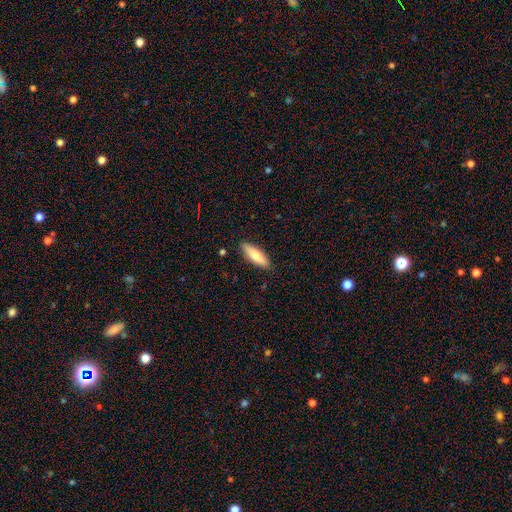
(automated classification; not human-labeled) smooth-or-featured: smooth: 77% | featured or disk: 18% | star or artifact: 6%
  how-rounded: cigar-shaped: 52% | in between: 46% | round: 2%
  merging: none: 87% | minor disturbance: 9% | major disturbance: 2% | merger: 1%